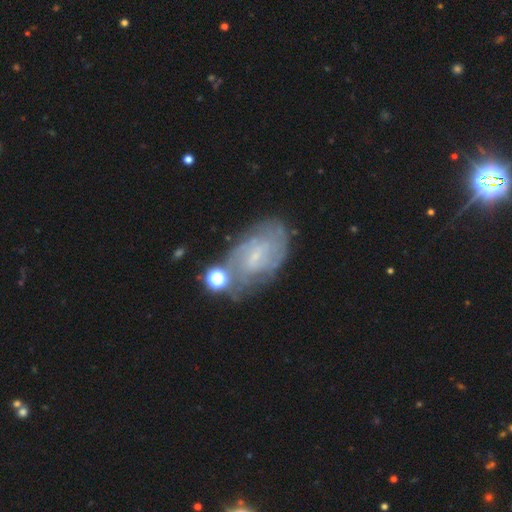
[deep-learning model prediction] Q: Smooth or featured?
A: featured or disk (68%); runner-up: smooth (22%)
Q: Edge-on disk?
A: no (95%); runner-up: yes (5%)
Q: Bar?
A: weak (50%); runner-up: no (38%)
Q: Spiral arms?
A: yes (82%); runner-up: no (18%)
Q: Spiral winding?
A: tight (55%); runner-up: medium (32%)
Q: Spiral arm count?
A: can't tell (52%); runner-up: 2 (24%)
Q: Bulge size?
A: small (71%); runner-up: none (14%)
Q: Merging?
A: none (60%); runner-up: minor disturbance (21%)